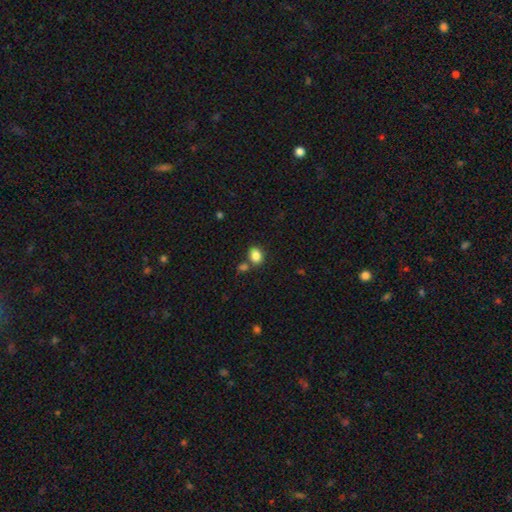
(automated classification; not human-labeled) This appears to be a smooth galaxy with no disk features (86%) that is in between round and cigar-shaped (65%). Merging: none (67%).